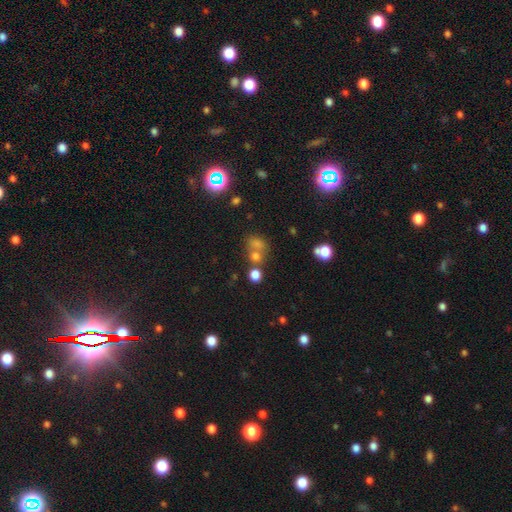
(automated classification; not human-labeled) smooth 62%, star or artifact 25%, featured or disk 13%. Down the decision tree: how rounded — round (70%); merging — none (44%).